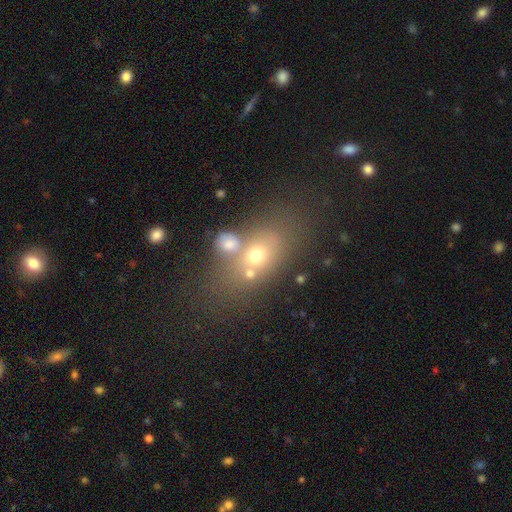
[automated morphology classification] A smooth galaxy with no disk features (57%) that is in between round and cigar-shaped (64%).

Vote fractions:
- Smooth or featured? smooth: 57% / featured or disk: 26% / star or artifact: 17%
- How rounded? in between: 64% / round: 31% / cigar-shaped: 5%
- Merging? merger: 44% / none: 37% / minor disturbance: 11% / major disturbance: 8%